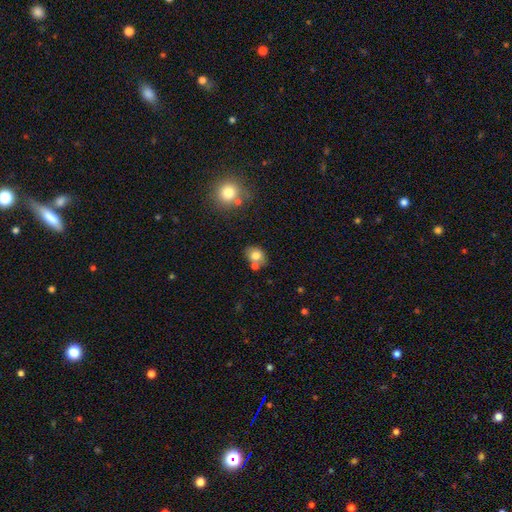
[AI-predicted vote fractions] smooth 77%, featured or disk 13%, star or artifact 10%. Down the decision tree: how rounded — round (50%); merging — none (59%).